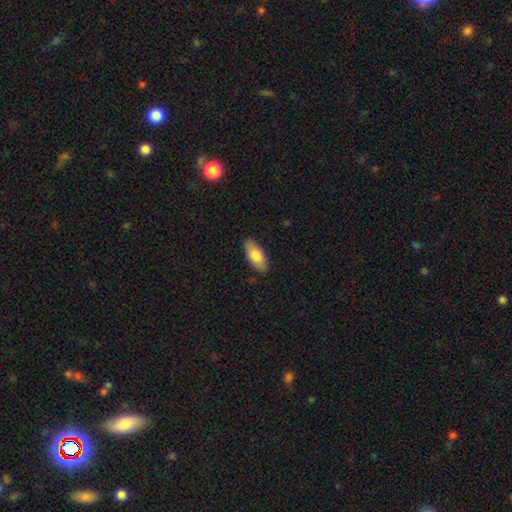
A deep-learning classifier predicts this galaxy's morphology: This is likely a smooth galaxy (79%). How rounded: clearly in between (86%). Merging: clearly none (86%).